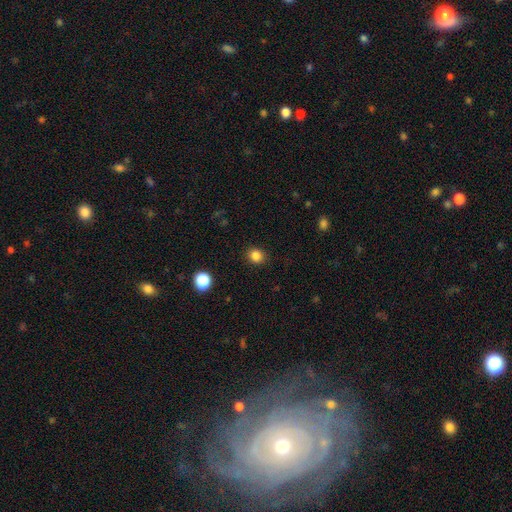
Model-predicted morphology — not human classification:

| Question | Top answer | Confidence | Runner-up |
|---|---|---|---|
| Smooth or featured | smooth | 84% | star or artifact (12%) |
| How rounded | round | 75% | in between (24%) |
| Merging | none | 90% | minor disturbance (7%) |